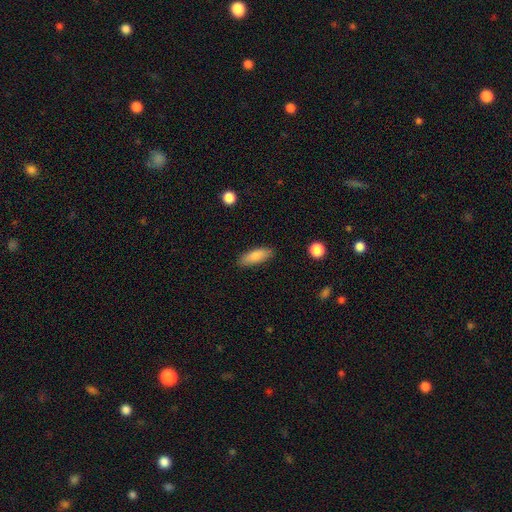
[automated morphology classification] Overall: smooth (85%). How rounded: in between (63%; cigar-shaped 35%). Merging: none (85%).